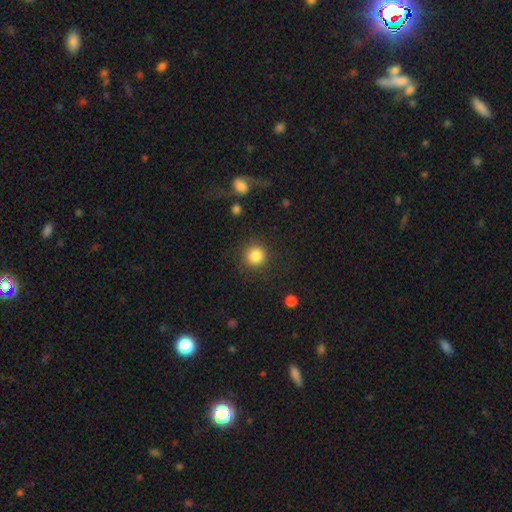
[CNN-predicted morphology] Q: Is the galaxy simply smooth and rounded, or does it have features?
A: smooth — 85%.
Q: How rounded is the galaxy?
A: round — 93%.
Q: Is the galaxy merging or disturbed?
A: none — 87%.